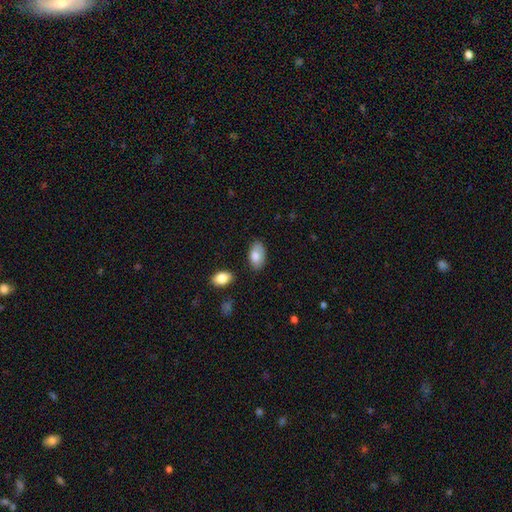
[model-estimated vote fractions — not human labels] Morphology: type=smooth (81%); roundness=in between (94%); merging=none (75%).